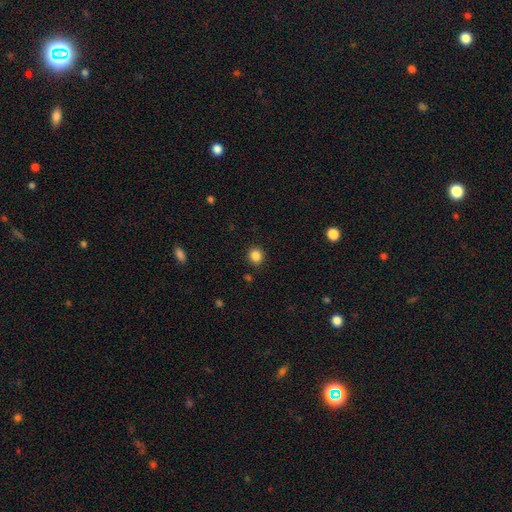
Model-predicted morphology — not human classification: type=smooth (85%); roundness=round (84%); merging=none (89%).